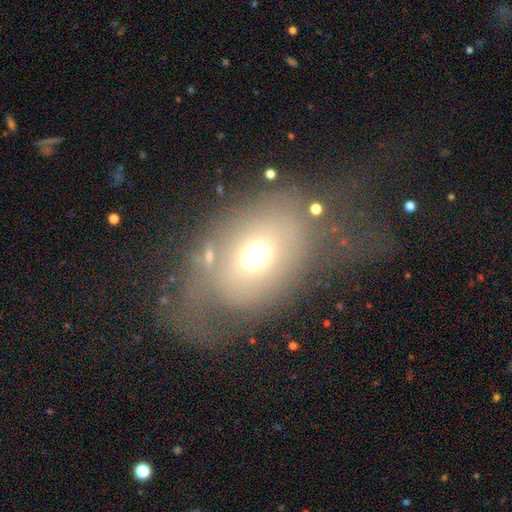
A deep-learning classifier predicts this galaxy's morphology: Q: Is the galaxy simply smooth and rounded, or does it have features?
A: smooth — 58%.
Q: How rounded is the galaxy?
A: in between — 60%.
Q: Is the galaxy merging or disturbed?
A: none — 44%.